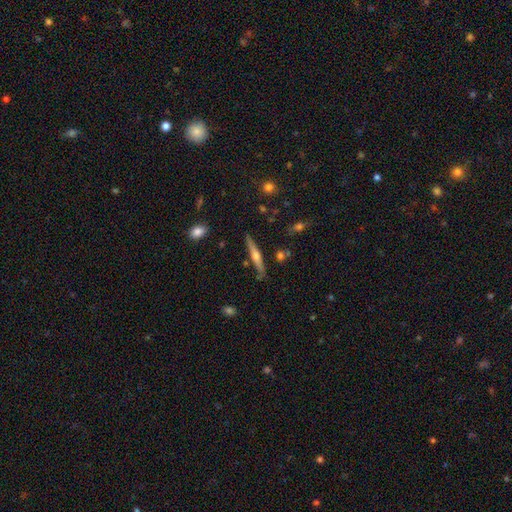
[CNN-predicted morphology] Smooth or featured? Predicted: featured or disk (p=0.62). Edge-on disk? Predicted: yes (p=0.97). Edge-on bulge? Predicted: rounded (p=0.86). Merging? Predicted: none (p=0.82).